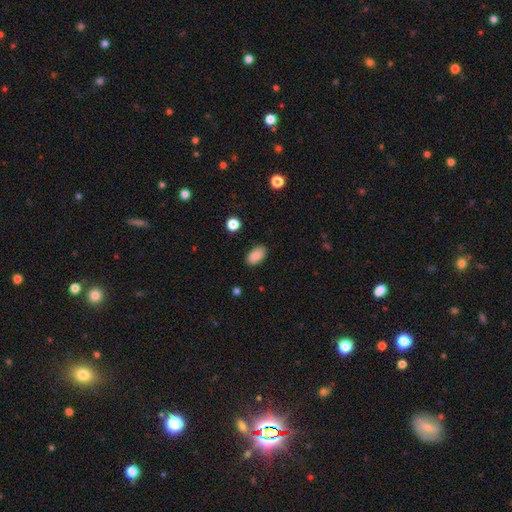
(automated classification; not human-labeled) The model was most divided on "merging": none: 87%, minor disturbance: 9%, major disturbance: 2%, merger: 1%. More confident: how rounded — in between (92%); smooth or featured — smooth (88%).